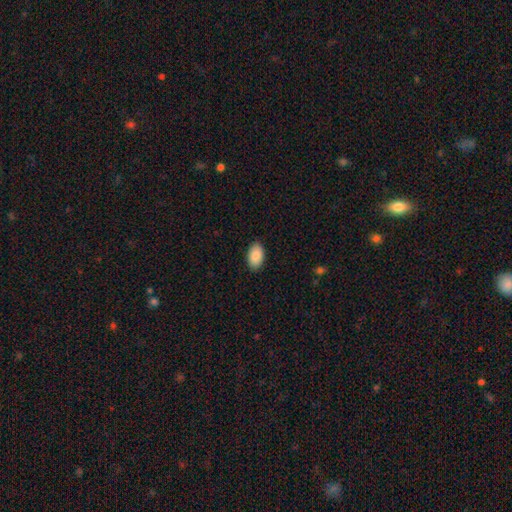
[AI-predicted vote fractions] smooth 87%, star or artifact 6%, featured or disk 6%. Down the decision tree: how rounded — in between (93%); merging — none (89%).